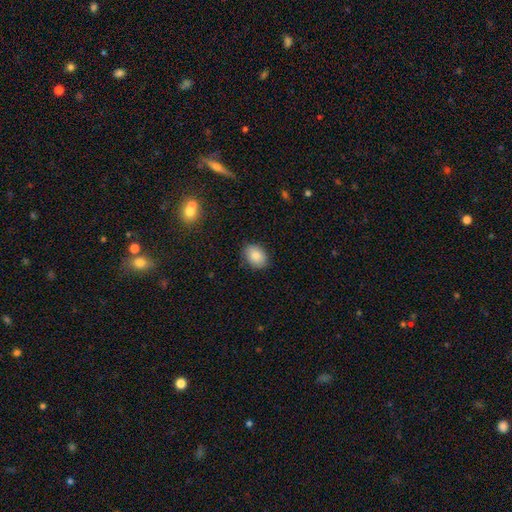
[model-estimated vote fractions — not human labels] smooth 85%, star or artifact 8%, featured or disk 7%. Down the decision tree: how rounded — in between (68%); merging — none (85%).